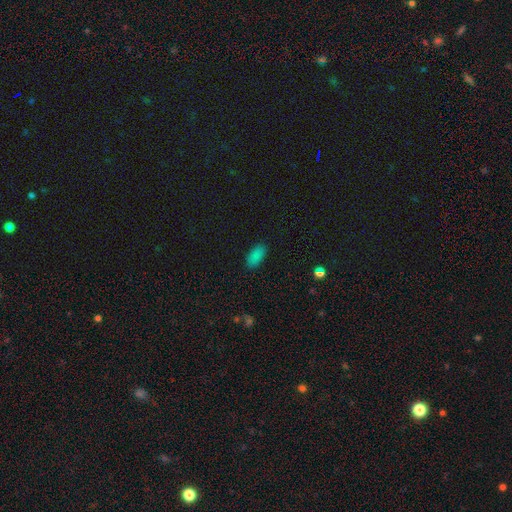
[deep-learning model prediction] This is clearly a smooth galaxy (82%). How rounded: clearly in between (90%). Merging: clearly none (88%).